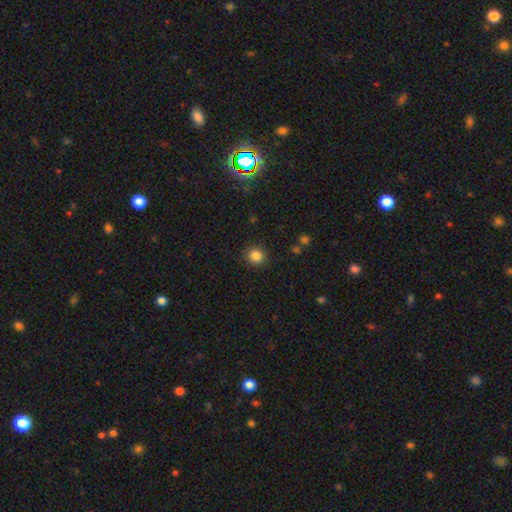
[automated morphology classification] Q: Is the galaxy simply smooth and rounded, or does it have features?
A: smooth — 85%.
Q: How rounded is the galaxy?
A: round — 93%.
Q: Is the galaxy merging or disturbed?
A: none — 91%.